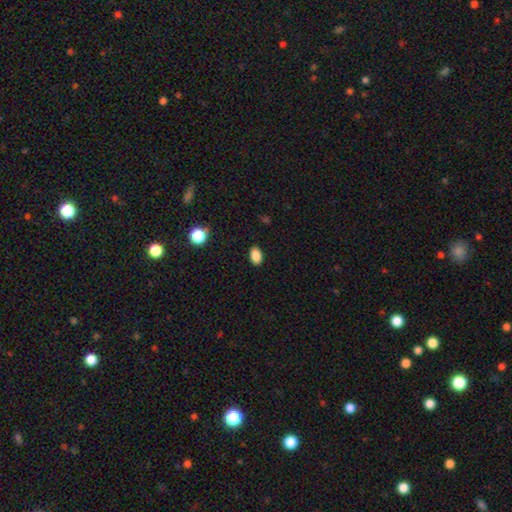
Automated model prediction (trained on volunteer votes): Morphology: type=smooth (87%); roundness=in between (86%); merging=none (88%).